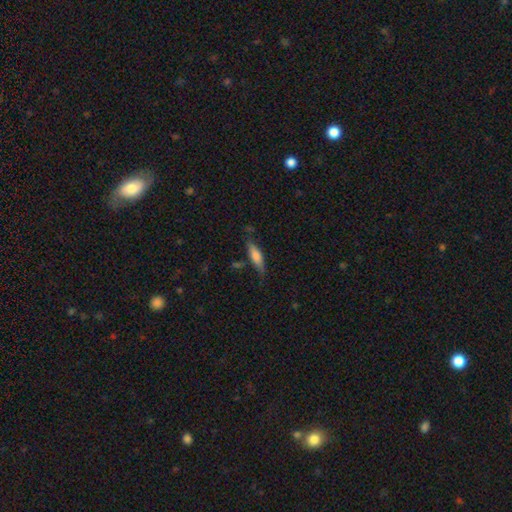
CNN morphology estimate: Smooth or featured? smooth (61%)
How rounded? cigar-shaped (64%)
Merging? none (71%)